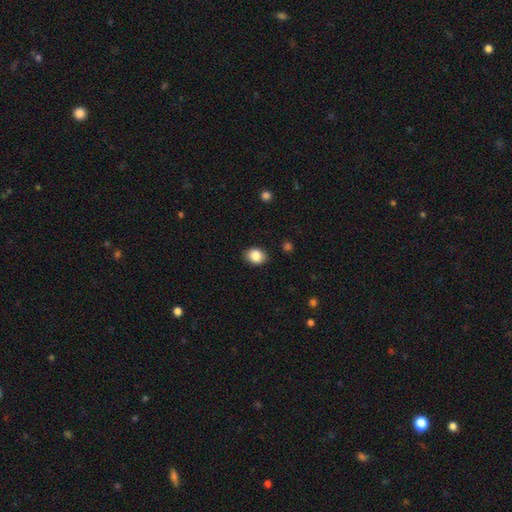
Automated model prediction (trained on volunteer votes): smooth-or-featured: smooth: 86% | star or artifact: 8% | featured or disk: 6%
  how-rounded: in between: 64% | round: 35% | cigar-shaped: 1%
  merging: none: 87% | minor disturbance: 10% | major disturbance: 2% | merger: 1%